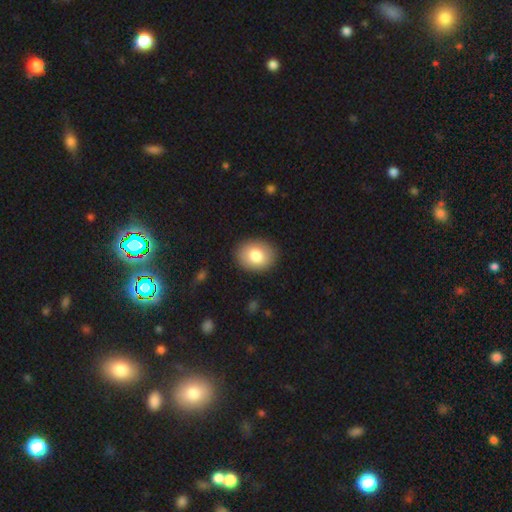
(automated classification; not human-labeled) A smooth galaxy with no disk features (82%) that is in between round and cigar-shaped (57%).

Vote fractions:
- Smooth or featured? smooth: 82% / featured or disk: 11% / star or artifact: 7%
- How rounded? in between: 57% / round: 42% / cigar-shaped: 1%
- Merging? none: 90% / minor disturbance: 7% / major disturbance: 2% / merger: 1%